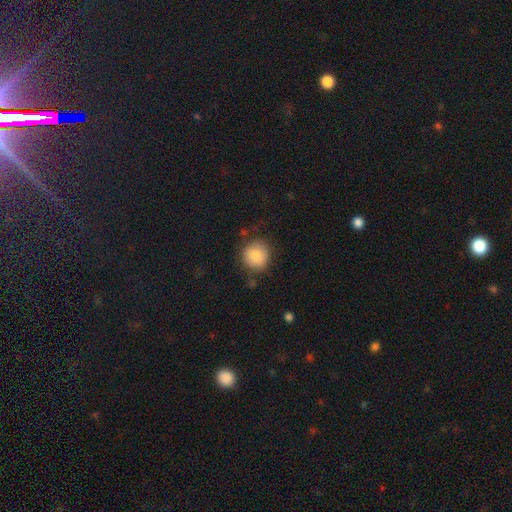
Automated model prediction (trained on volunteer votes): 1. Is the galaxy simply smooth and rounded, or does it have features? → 84% smooth, 8% star or artifact, 7% featured or disk.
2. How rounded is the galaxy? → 90% round, 9% in between, 1% cigar-shaped.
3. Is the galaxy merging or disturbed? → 82% none, 12% minor disturbance, 4% major disturbance, 2% merger.